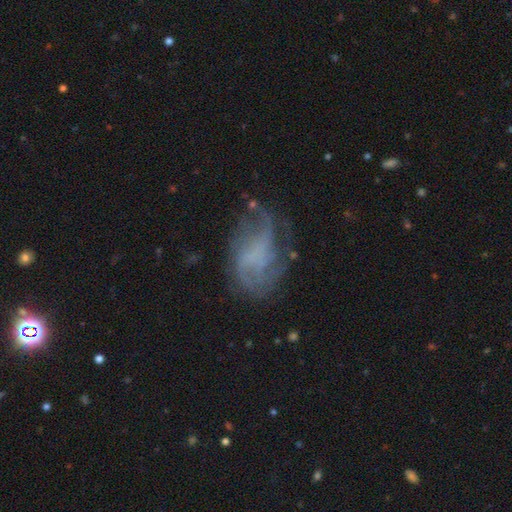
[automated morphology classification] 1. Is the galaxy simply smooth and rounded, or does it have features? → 68% featured or disk, 21% smooth, 11% star or artifact.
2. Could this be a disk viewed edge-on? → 97% no, 3% yes.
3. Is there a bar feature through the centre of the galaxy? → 67% no, 27% weak, 7% strong.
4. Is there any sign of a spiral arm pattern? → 77% yes, 23% no.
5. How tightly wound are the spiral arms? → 44% loose, 35% medium, 21% tight.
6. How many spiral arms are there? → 33% can't tell, 26% 2, 18% 3, 9% 1, 7% 4, 5% more than 4.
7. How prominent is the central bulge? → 71% none, 15% small, 8% moderate, 4% large, 1% dominant.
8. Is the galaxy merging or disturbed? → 50% none, 24% major disturbance, 23% minor disturbance, 3% merger.